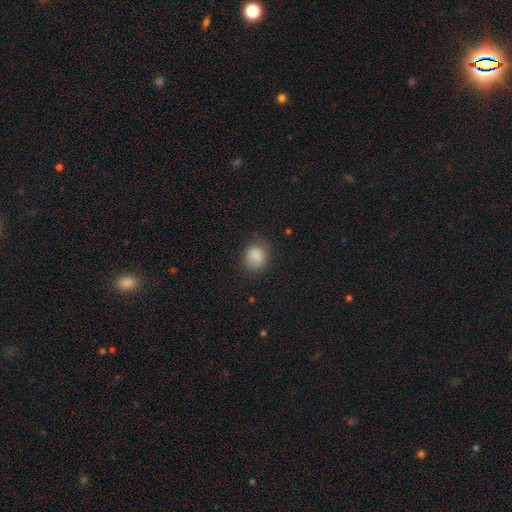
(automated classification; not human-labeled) Smooth or featured?
  - smooth: 84% *
  - star or artifact: 9%
  - featured or disk: 7%
How rounded?
  - round: 58% *
  - in between: 41%
  - cigar-shaped: 1%
Merging?
  - none: 68% *
  - minor disturbance: 23%
  - major disturbance: 7%
  - merger: 2%